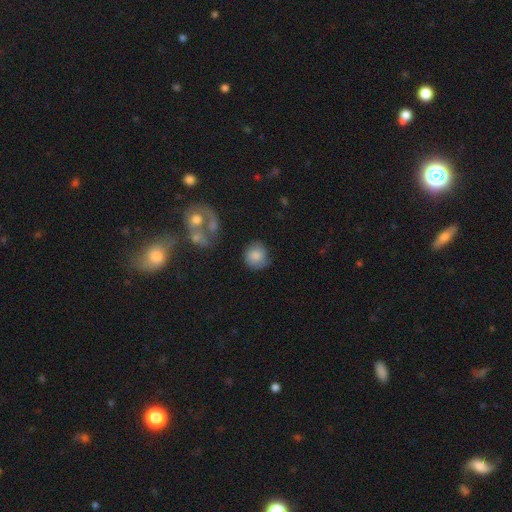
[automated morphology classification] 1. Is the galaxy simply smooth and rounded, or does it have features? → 79% smooth, 13% featured or disk, 7% star or artifact.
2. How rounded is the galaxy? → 87% round, 12% in between, 1% cigar-shaped.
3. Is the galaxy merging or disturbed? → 68% none, 20% minor disturbance, 7% major disturbance, 4% merger.